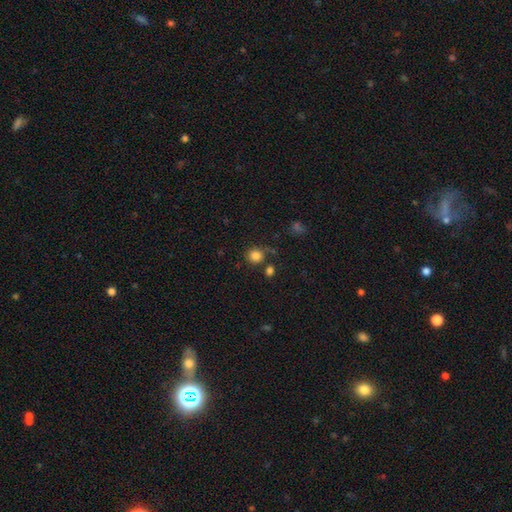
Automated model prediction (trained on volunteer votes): Smooth or featured?
  - smooth: 83% *
  - star or artifact: 12%
  - featured or disk: 5%
How rounded?
  - round: 89% *
  - in between: 10%
  - cigar-shaped: 1%
Merging?
  - none: 74% *
  - minor disturbance: 11%
  - merger: 10%
  - major disturbance: 4%